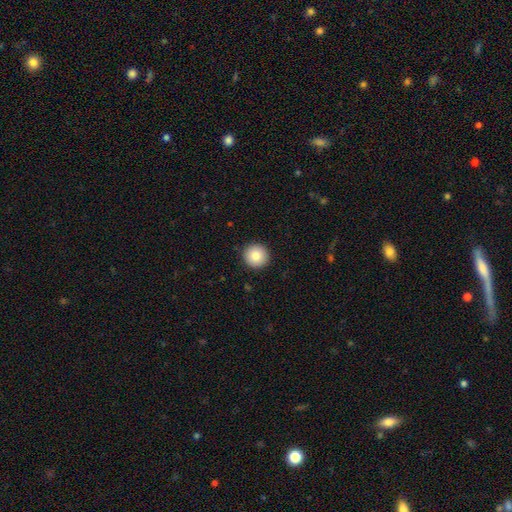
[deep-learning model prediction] Smooth or featured: smooth — 84% (star or artifact — 8%)
How rounded: round — 96% (in between — 3%)
Merging: none — 92% (minor disturbance — 5%)